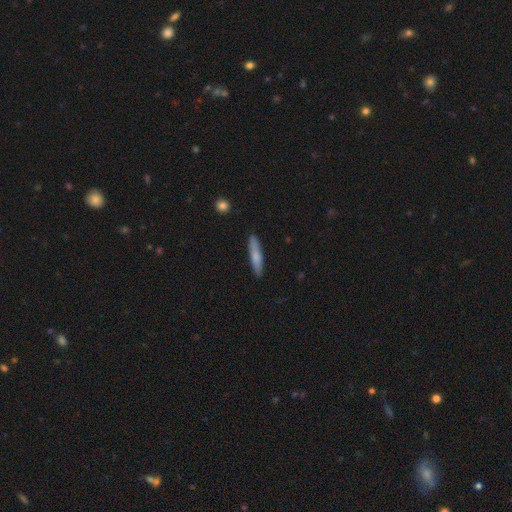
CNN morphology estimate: A smooth galaxy with no disk features (74%) that is cigar-shaped (88%).

Vote fractions:
- Smooth or featured? smooth: 74% / featured or disk: 20% / star or artifact: 5%
- How rounded? cigar-shaped: 88% / in between: 10% / round: 1%
- Merging? none: 89% / minor disturbance: 9% / major disturbance: 2% / merger: 1%